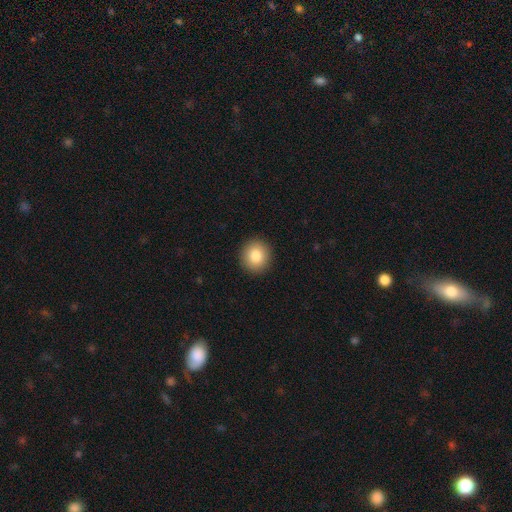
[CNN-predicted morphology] This appears to be a smooth galaxy with no disk features (84%) that is round (86%). Merging: none (92%).